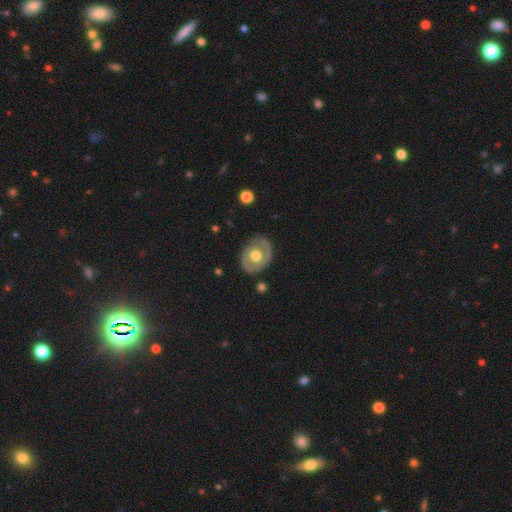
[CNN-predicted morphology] This appears to be a featured or disk galaxy (55%) with no bar (83%), no spiral arms (75%) and a moderate central bulge (58%). Merging: none (80%).